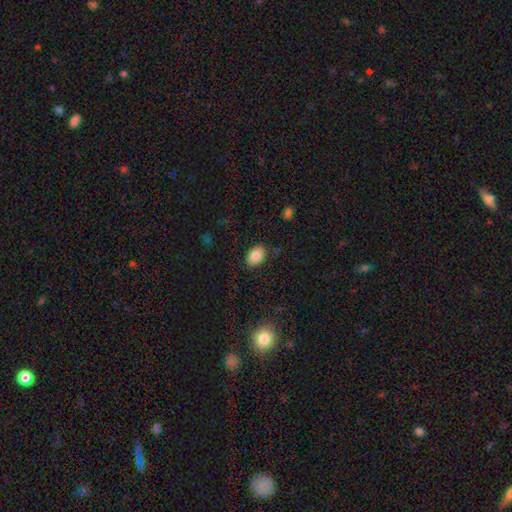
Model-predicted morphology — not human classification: A smooth galaxy with no disk features (84%) that is in between round and cigar-shaped (86%). Merging: none (84%).